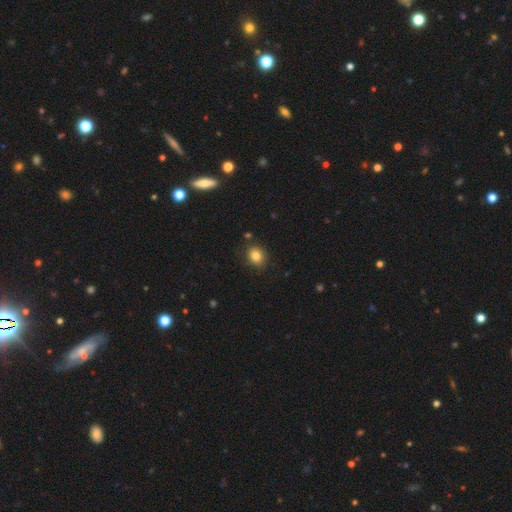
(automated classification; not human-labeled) A smooth galaxy with no disk features (83%) that is round (60%).

Vote fractions:
- Smooth or featured? smooth: 83% / star or artifact: 11% / featured or disk: 7%
- How rounded? round: 60% / in between: 39% / cigar-shaped: 1%
- Merging? none: 81% / minor disturbance: 13% / major disturbance: 3% / merger: 2%